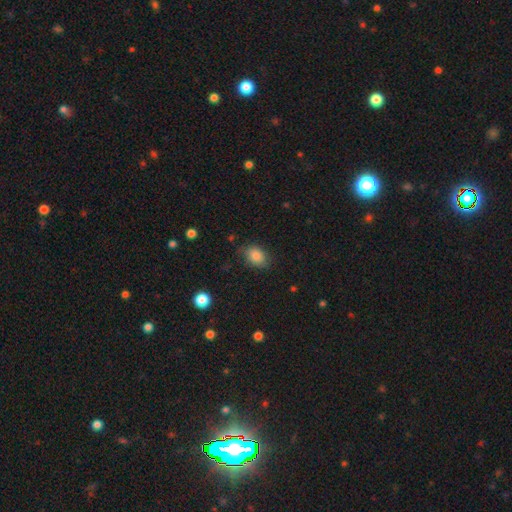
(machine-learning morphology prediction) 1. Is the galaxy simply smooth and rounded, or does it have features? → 84% smooth, 9% star or artifact, 6% featured or disk.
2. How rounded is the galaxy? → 73% in between, 26% round, 1% cigar-shaped.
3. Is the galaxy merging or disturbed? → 75% none, 19% minor disturbance, 5% major disturbance, 1% merger.